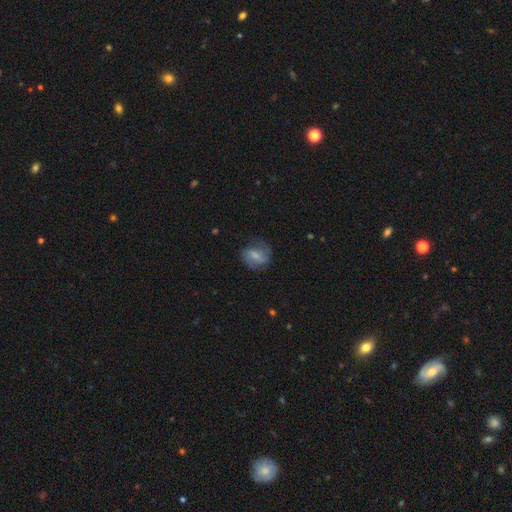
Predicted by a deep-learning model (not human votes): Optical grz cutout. It shows a featured or disk galaxy (54%) with a weak bar (48%), spiral arms (84%) and a small central bulge (42%). Merging: none (65%).